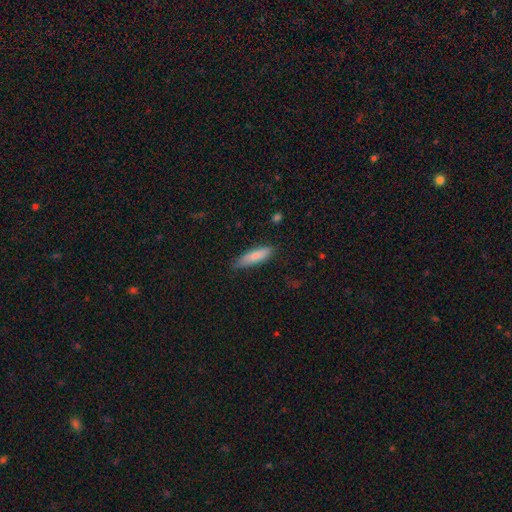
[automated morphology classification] Overall: smooth (80%). How rounded: cigar-shaped (62%; in between 36%). Merging: none (79%).